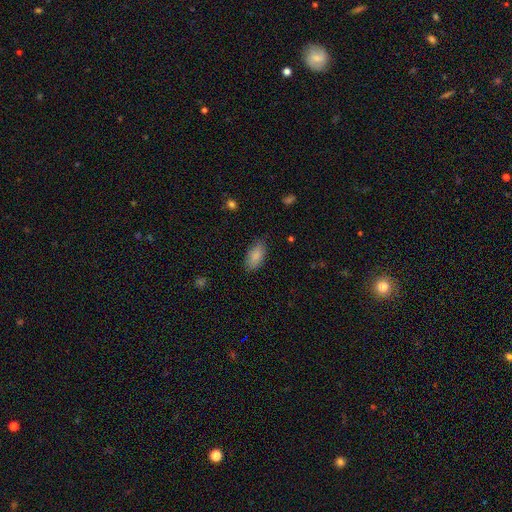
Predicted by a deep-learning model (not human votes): A smooth galaxy with no disk features (87%) that is in between round and cigar-shaped (92%).

Vote fractions:
- Smooth or featured? smooth: 87% / star or artifact: 7% / featured or disk: 6%
- How rounded? in between: 92% / cigar-shaped: 5% / round: 3%
- Merging? none: 81% / minor disturbance: 15% / major disturbance: 3% / merger: 1%